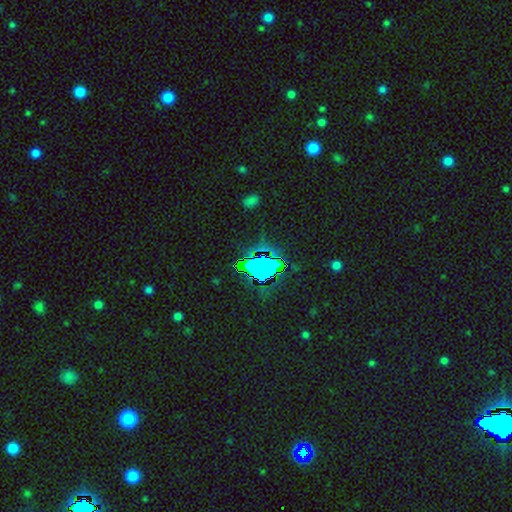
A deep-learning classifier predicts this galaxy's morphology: Smooth or featured: star or artifact — 69% (smooth — 22%)